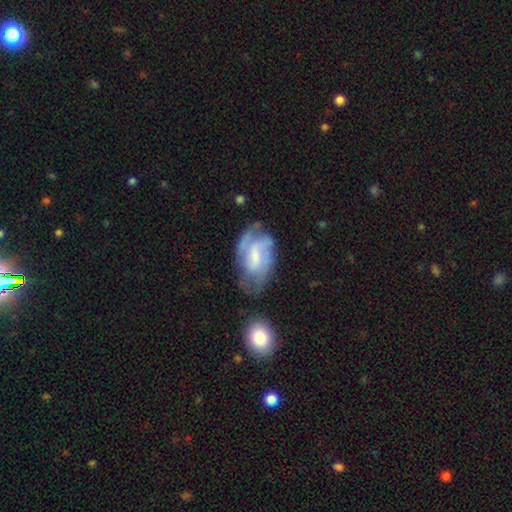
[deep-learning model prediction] smooth_or_featured: featured or disk (p=0.67) [alt: smooth p=0.26]
disk_edge_on: no (p=0.96) [alt: yes p=0.04]
bar: weak (p=0.51) [alt: no p=0.32]
has_spiral_arms: yes (p=0.84) [alt: no p=0.16]
spiral_winding: medium (p=0.44) [alt: tight p=0.35]
spiral_arm_count: 2 (p=0.45) [alt: can't tell p=0.30]
bulge_size: small (p=0.43) [alt: moderate p=0.30]
merging: none (p=0.47) [alt: minor disturbance p=0.29]